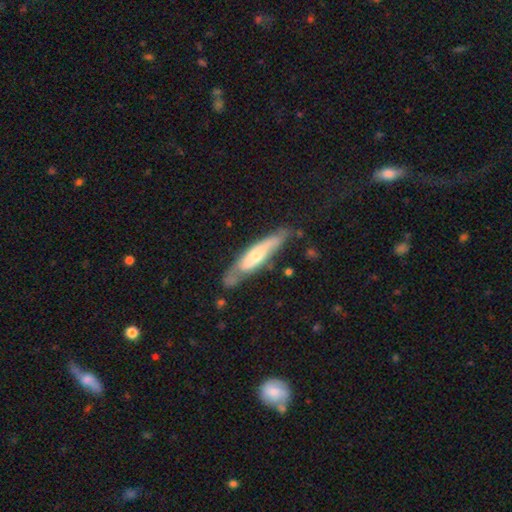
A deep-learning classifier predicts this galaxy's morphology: Smooth or featured?
  - featured or disk: 60% *
  - smooth: 34%
  - star or artifact: 6%
Edge-on disk?
  - yes: 60% *
  - no: 40%
Merging?
  - none: 67% *
  - minor disturbance: 22%
  - major disturbance: 7%
  - merger: 4%